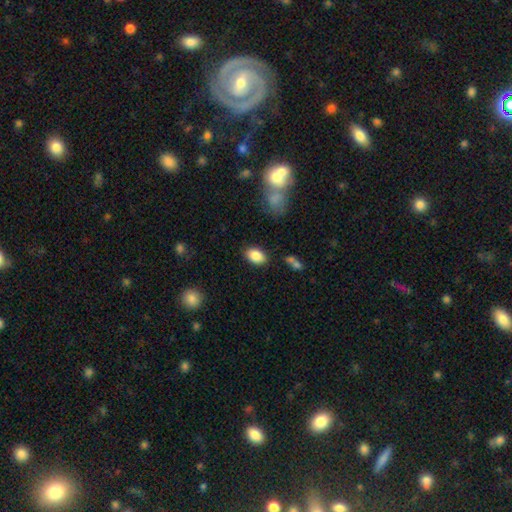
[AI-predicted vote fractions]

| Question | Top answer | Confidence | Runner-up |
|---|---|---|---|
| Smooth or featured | smooth | 86% | star or artifact (8%) |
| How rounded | in between | 86% | round (12%) |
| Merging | none | 83% | minor disturbance (12%) |